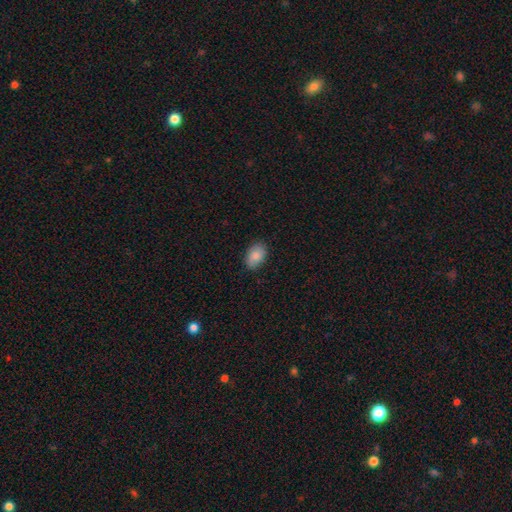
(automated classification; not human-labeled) Q: Smooth or featured?
A: smooth (85%); runner-up: featured or disk (8%)
Q: How rounded?
A: in between (87%); runner-up: round (12%)
Q: Merging?
A: none (84%); runner-up: minor disturbance (13%)